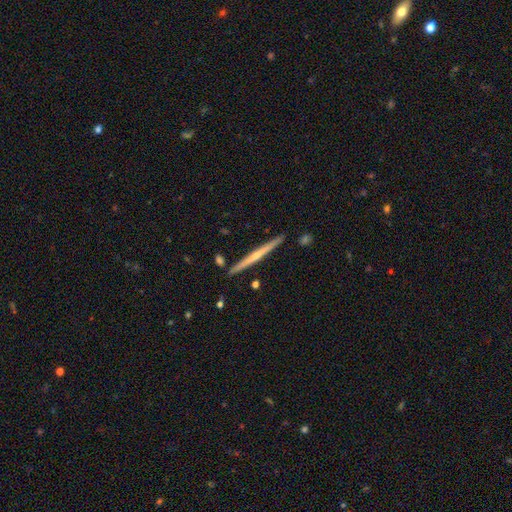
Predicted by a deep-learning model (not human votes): Smooth or featured? Predicted: featured or disk (p=0.64). Edge-on disk? Predicted: yes (p=0.98). Edge-on bulge? Predicted: rounded (p=0.51). Merging? Predicted: none (p=0.90).